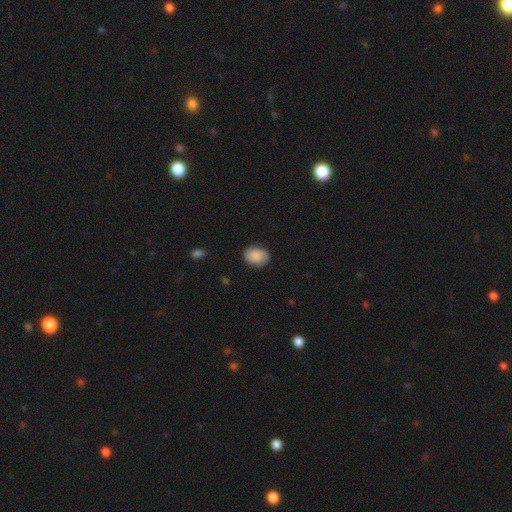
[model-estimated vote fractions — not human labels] Smooth or featured? Predicted: smooth (p=0.80). How rounded? Predicted: in between (p=0.63). Merging? Predicted: none (p=0.82).